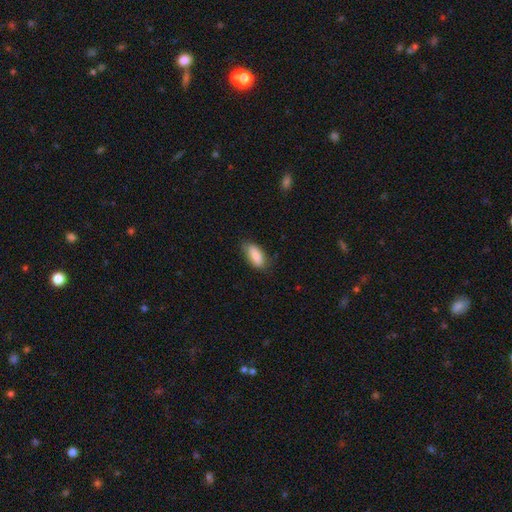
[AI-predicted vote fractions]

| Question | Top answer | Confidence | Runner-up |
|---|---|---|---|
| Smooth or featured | smooth | 86% | featured or disk (8%) |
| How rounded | in between | 86% | cigar-shaped (12%) |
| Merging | none | 75% | minor disturbance (20%) |